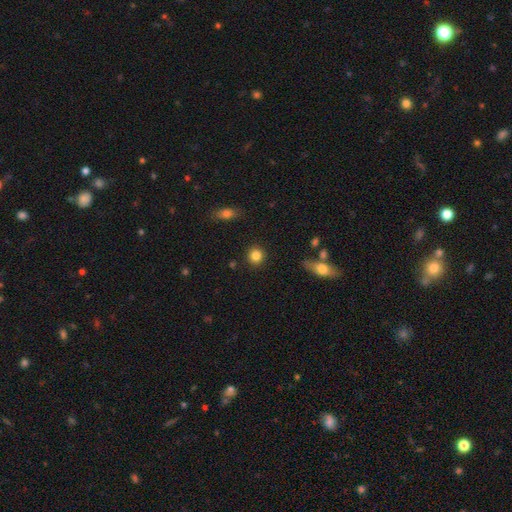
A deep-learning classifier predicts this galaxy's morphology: This is clearly a smooth galaxy (85%). How rounded: clearly round (90%). Merging: clearly none (90%).